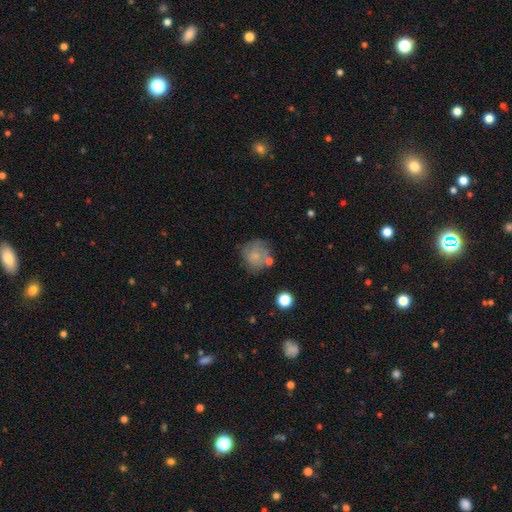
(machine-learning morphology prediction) Overall: smooth (70%). How rounded: round (87%). Merging: none (59%; minor disturbance 22%).